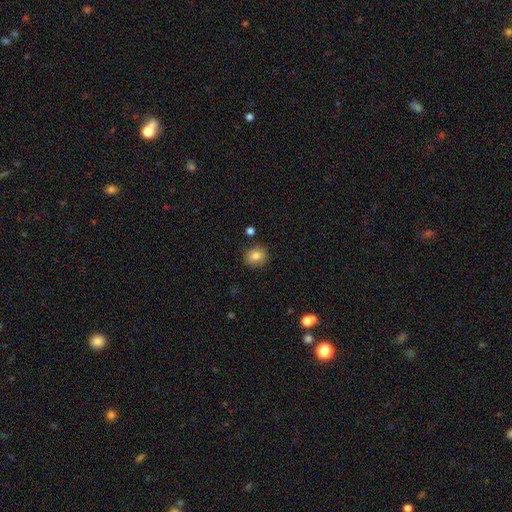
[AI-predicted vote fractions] Smooth or featured? smooth (83%)
How rounded? round (81%)
Merging? none (87%)